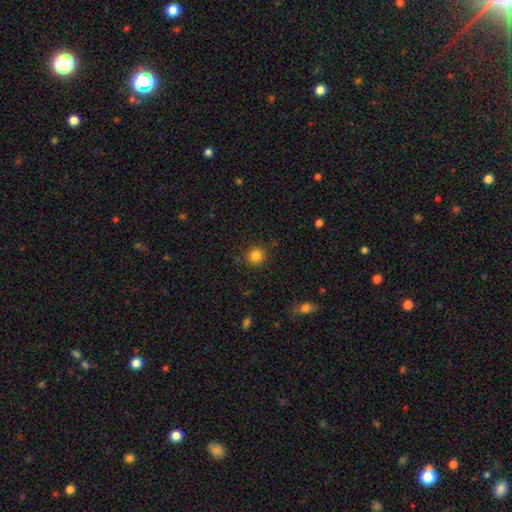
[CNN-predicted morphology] A smooth galaxy with no disk features (83%) that is round (92%). Merging: none (88%).